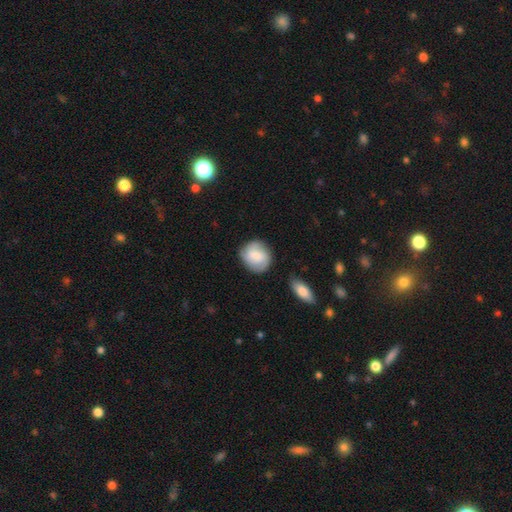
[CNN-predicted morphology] This appears to be a smooth galaxy with no disk features (62%) that is round (79%). Merging: none (76%).